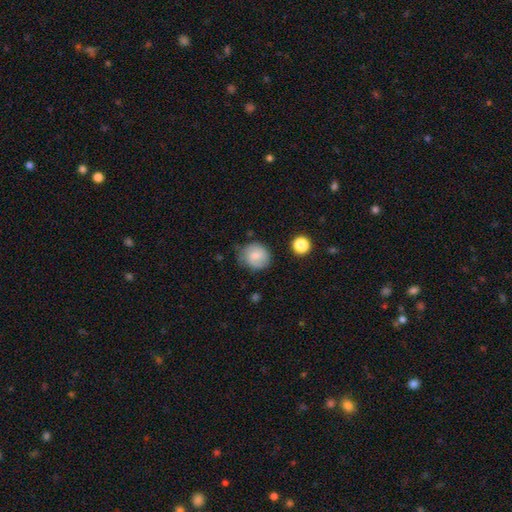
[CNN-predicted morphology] smooth_or_featured: smooth (p=0.74) [alt: featured or disk p=0.18]
how_rounded: round (p=0.80) [alt: in between p=0.19]
merging: none (p=0.66) [alt: minor disturbance p=0.25]